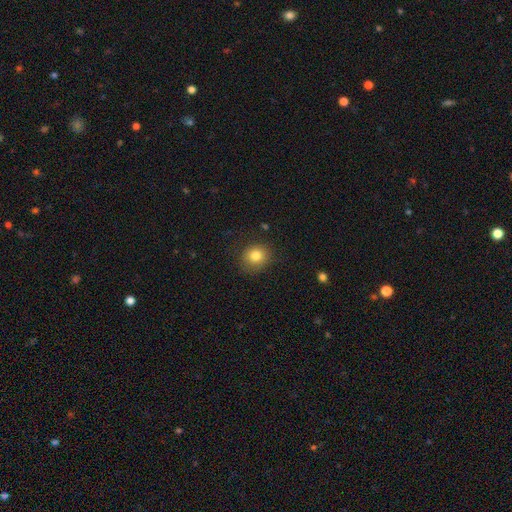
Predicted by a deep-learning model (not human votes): Overall: smooth (80%). How rounded: round (80%). Merging: none (84%).